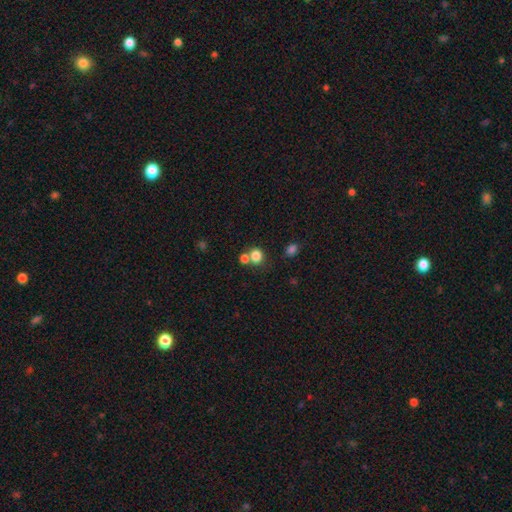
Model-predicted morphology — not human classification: This is clearly a smooth galaxy (80%). How rounded: likely round (77%). Merging: possibly none (54%).